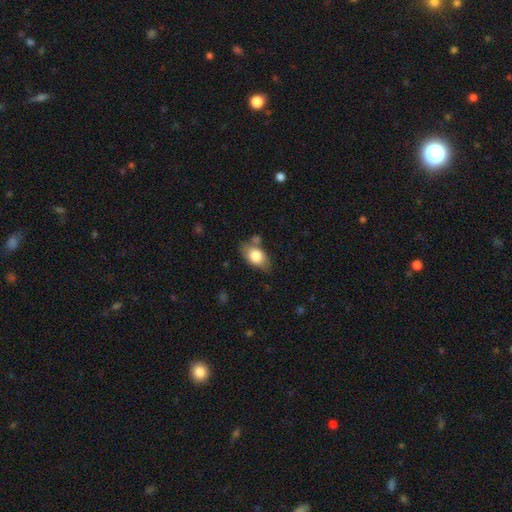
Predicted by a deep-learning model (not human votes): Overall: smooth (79%). How rounded: in between (88%). Merging: none (65%).